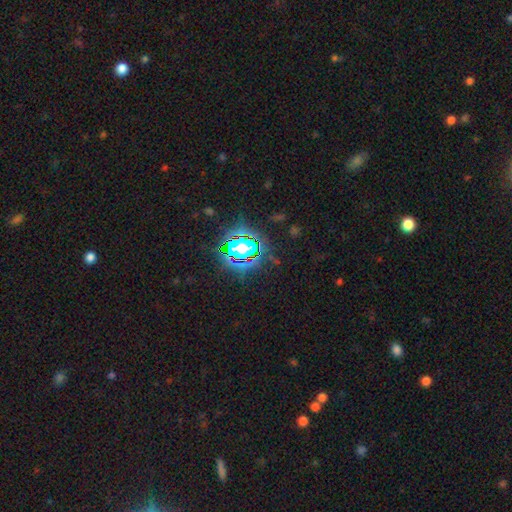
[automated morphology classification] Smooth or featured? star or artifact (82%)